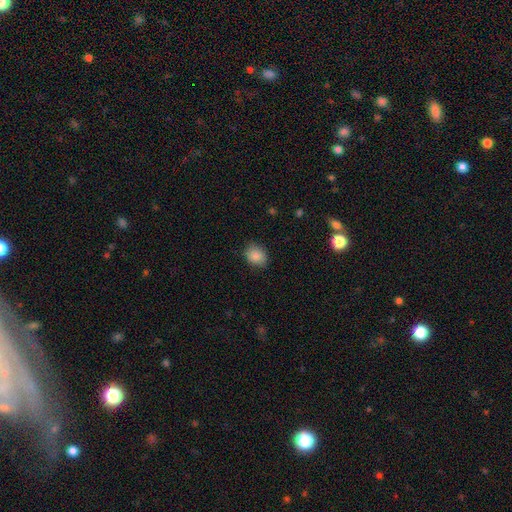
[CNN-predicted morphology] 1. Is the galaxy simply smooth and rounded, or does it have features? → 85% smooth, 9% star or artifact, 6% featured or disk.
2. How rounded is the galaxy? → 54% in between, 45% round, 1% cigar-shaped.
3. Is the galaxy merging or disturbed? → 83% none, 13% minor disturbance, 3% major disturbance, 1% merger.